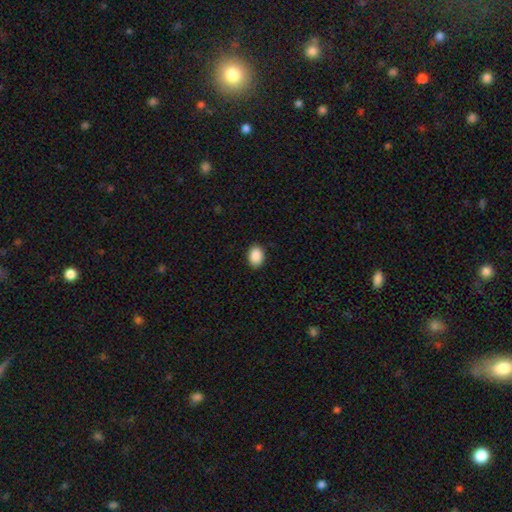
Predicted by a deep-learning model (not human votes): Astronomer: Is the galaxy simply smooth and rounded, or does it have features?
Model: smooth — 90%.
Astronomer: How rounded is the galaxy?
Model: in between — 75%.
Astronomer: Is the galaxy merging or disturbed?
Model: none — 89%.